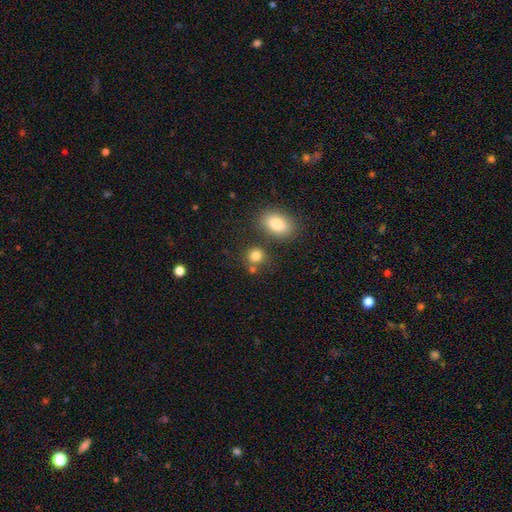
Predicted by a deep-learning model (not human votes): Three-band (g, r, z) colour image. It shows a smooth galaxy with no disk features (82%) that is round (78%). Merging: none (70%).